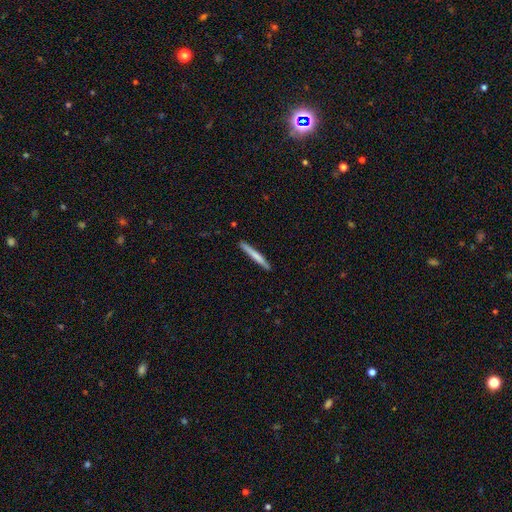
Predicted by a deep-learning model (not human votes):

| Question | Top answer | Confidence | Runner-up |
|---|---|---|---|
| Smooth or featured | smooth | 67% | featured or disk (28%) |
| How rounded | cigar-shaped | 97% | in between (2%) |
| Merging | none | 90% | minor disturbance (7%) |